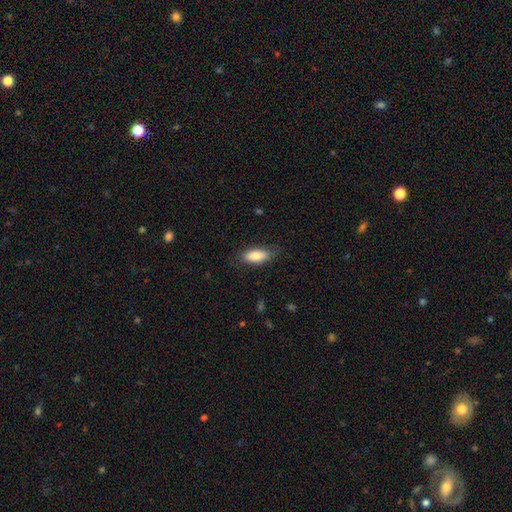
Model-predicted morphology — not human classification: Q: Smooth or featured?
A: smooth (83%); runner-up: featured or disk (11%)
Q: How rounded?
A: in between (80%); runner-up: cigar-shaped (18%)
Q: Merging?
A: none (81%); runner-up: minor disturbance (14%)